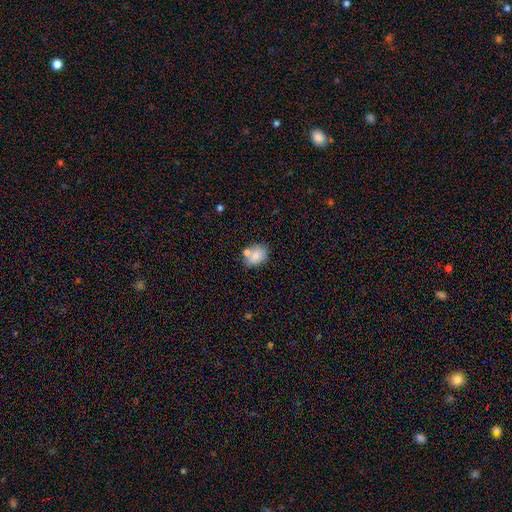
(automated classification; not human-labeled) smooth-or-featured: smooth: 80% | featured or disk: 11% | star or artifact: 9%
  how-rounded: in between: 68% | round: 31% | cigar-shaped: 1%
  merging: none: 61% | merger: 17% | minor disturbance: 17% | major disturbance: 4%